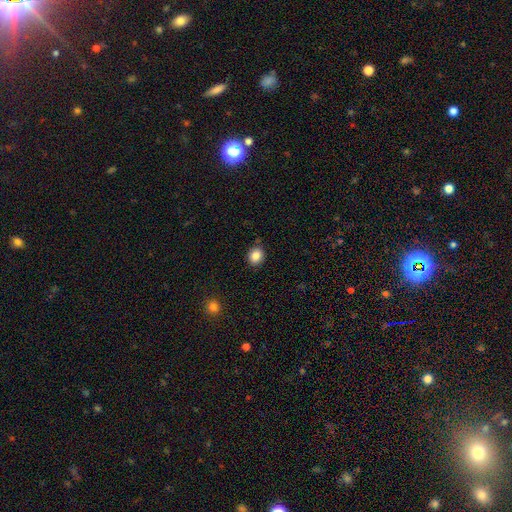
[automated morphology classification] smooth 86%, star or artifact 9%, featured or disk 4%. Down the decision tree: how rounded — round (69%); merging — none (85%).